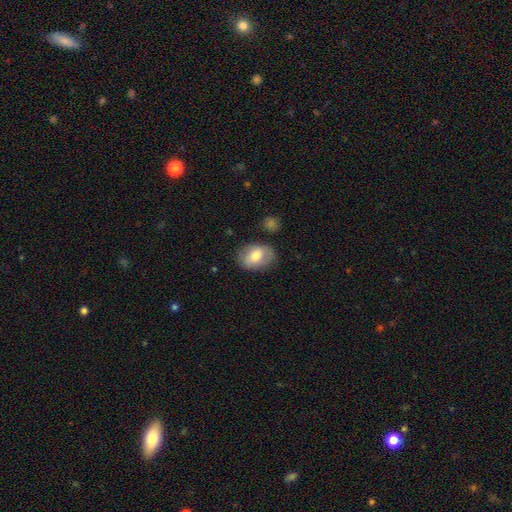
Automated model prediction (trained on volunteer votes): Smooth or featured? Predicted: smooth (p=0.69). How rounded? Predicted: in between (p=0.79). Merging? Predicted: none (p=0.75).